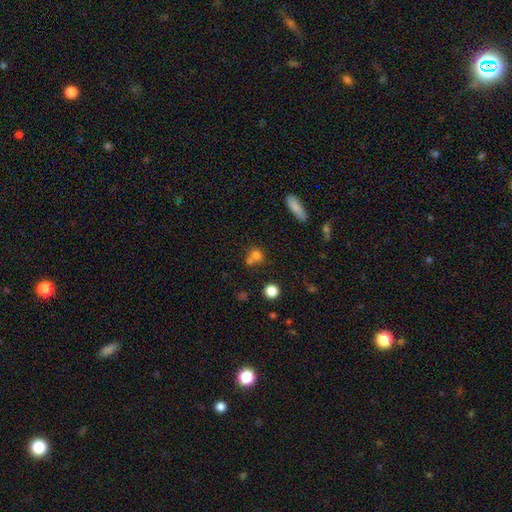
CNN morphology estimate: Smooth or featured?
  - smooth: 73% *
  - star or artifact: 15%
  - featured or disk: 12%
How rounded?
  - round: 80% *
  - in between: 18%
  - cigar-shaped: 2%
Merging?
  - merger: 44% *
  - none: 43%
  - minor disturbance: 9%
  - major disturbance: 4%